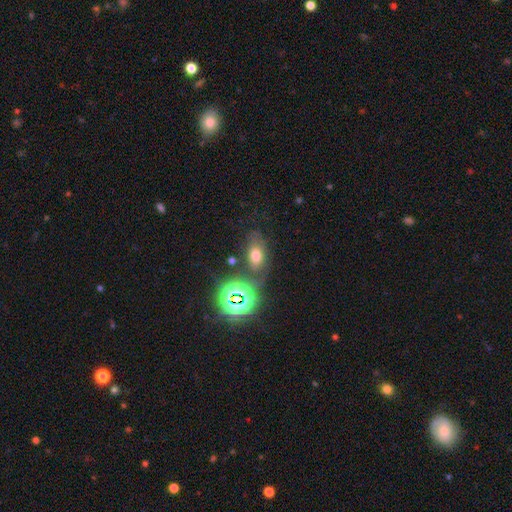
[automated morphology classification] type=smooth (59%); roundness=in between (82%); merging=none (63%).